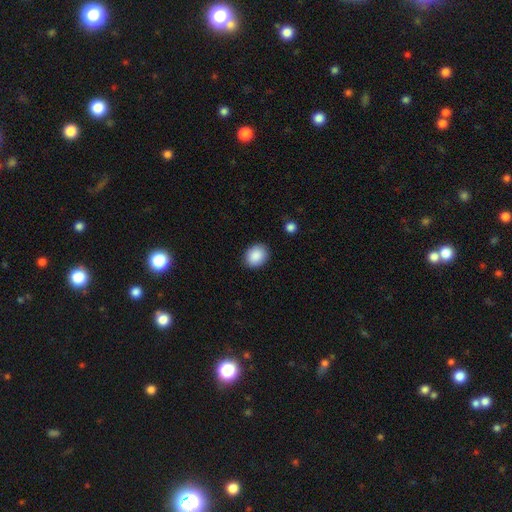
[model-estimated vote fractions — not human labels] The model was most divided on "how rounded": round: 50%, in between: 49%, cigar-shaped: 1%. More confident: smooth or featured — smooth (89%); merging — none (88%).